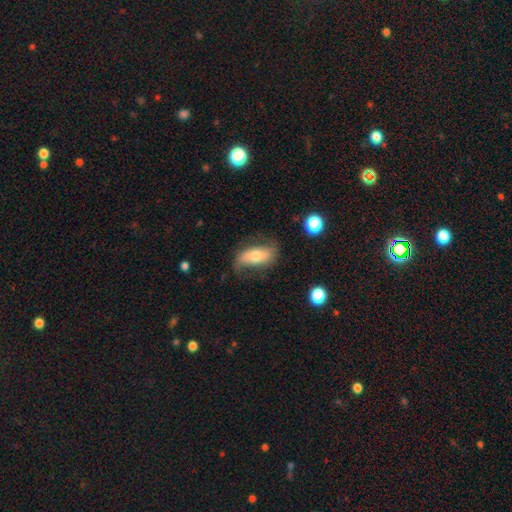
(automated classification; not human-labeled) smooth_or_featured: smooth (p=0.48) [alt: featured or disk p=0.44]
merging: none (p=0.65) [alt: minor disturbance p=0.23]